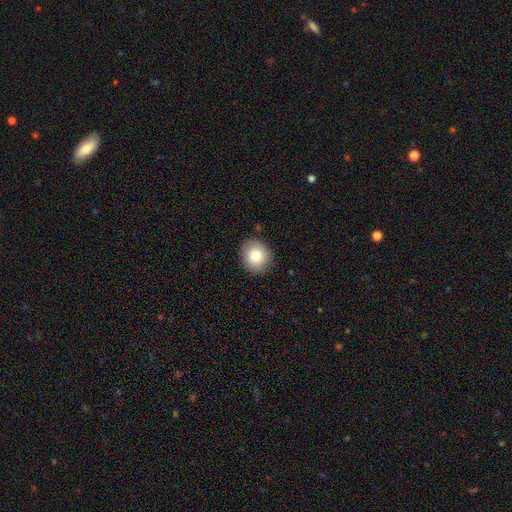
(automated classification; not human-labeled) This appears to be a smooth galaxy with no disk features (83%) that is round (80%). Merging: none (88%).